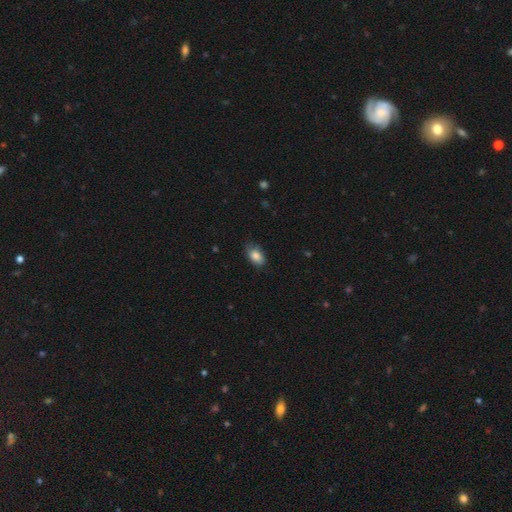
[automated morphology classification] type=smooth (84%); roundness=in between (88%); merging=none (74%).